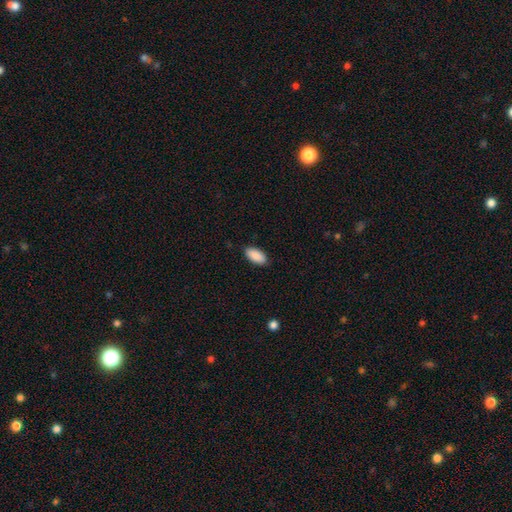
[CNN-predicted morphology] Q: Smooth or featured?
A: smooth (90%); runner-up: star or artifact (6%)
Q: How rounded?
A: in between (92%); runner-up: cigar-shaped (6%)
Q: Merging?
A: none (87%); runner-up: minor disturbance (10%)